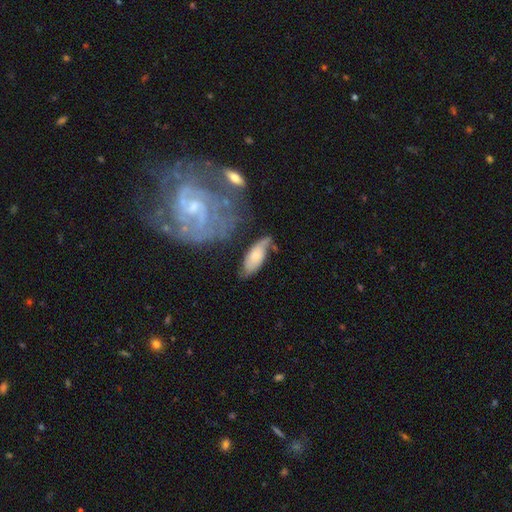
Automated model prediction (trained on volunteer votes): Smooth or featured?
  - smooth: 51% *
  - featured or disk: 43%
  - star or artifact: 6%
How rounded?
  - in between: 79% *
  - cigar-shaped: 18%
  - round: 3%
Merging?
  - none: 51% *
  - minor disturbance: 28%
  - major disturbance: 12%
  - merger: 9%